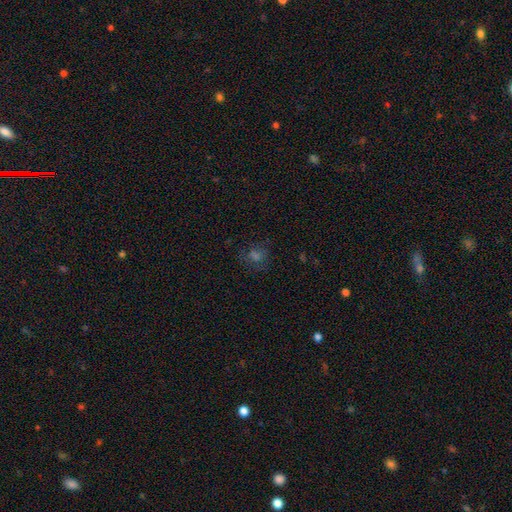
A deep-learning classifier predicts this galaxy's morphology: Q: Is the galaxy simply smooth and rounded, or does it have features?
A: smooth — 49%.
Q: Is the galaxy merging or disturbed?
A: none — 73%.